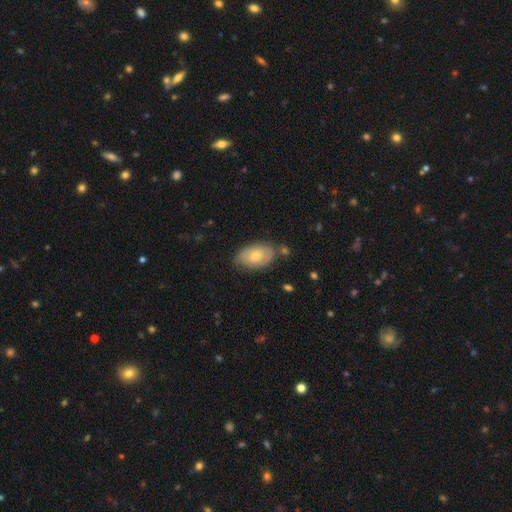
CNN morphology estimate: smooth-or-featured: smooth: 59% | featured or disk: 35% | star or artifact: 6%
  how-rounded: in between: 91% | round: 8% | cigar-shaped: 2%
  merging: none: 69% | minor disturbance: 22% | major disturbance: 5% | merger: 5%